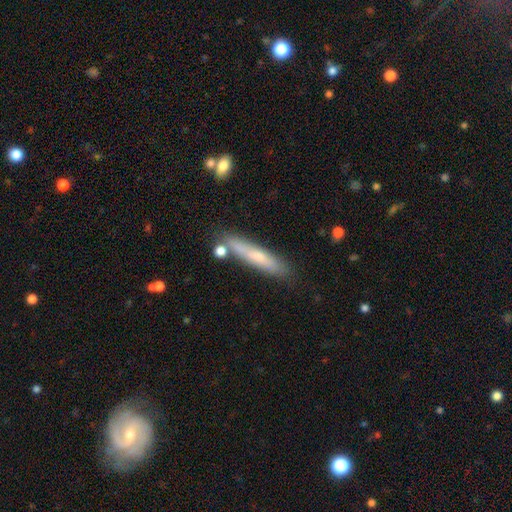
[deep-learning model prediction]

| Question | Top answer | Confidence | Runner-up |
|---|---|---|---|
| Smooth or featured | smooth | 60% | featured or disk (33%) |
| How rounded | cigar-shaped | 90% | in between (9%) |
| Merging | none | 78% | minor disturbance (14%) |